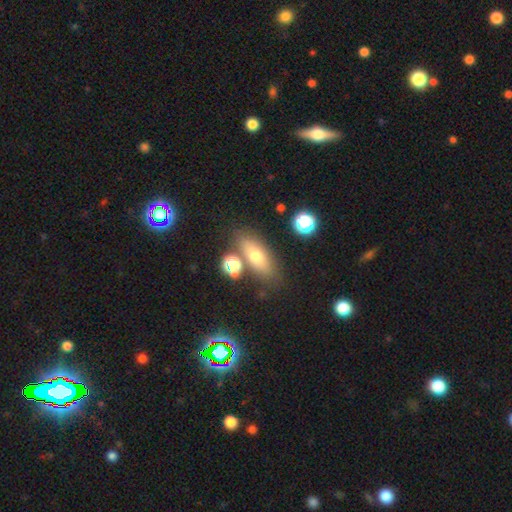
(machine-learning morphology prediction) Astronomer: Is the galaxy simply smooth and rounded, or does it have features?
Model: smooth — 66%.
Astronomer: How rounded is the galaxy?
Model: in between — 66%.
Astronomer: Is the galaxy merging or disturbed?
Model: none — 72%.